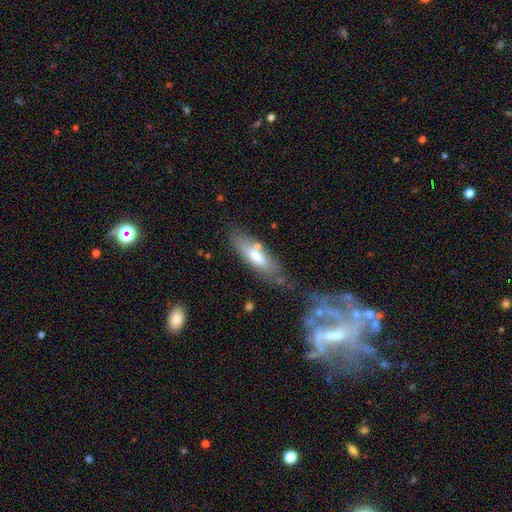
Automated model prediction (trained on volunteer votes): The model was most divided on "how rounded": cigar-shaped: 51%, in between: 47%, round: 2%. More confident: smooth or featured — smooth (64%); merging — none (64%).